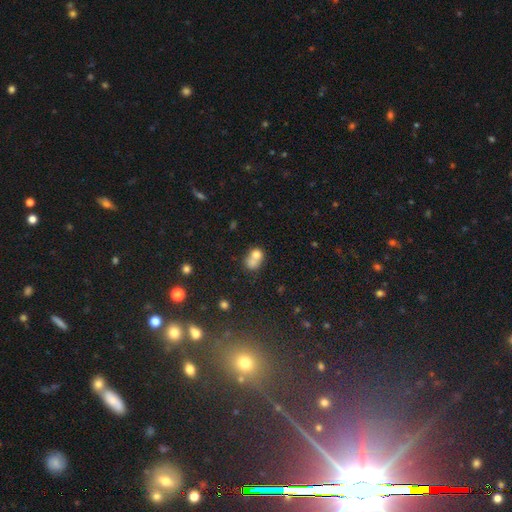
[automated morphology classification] smooth_or_featured: smooth (p=0.70) [alt: featured or disk p=0.19]
how_rounded: round (p=0.59) [alt: in between p=0.40]
merging: merger (p=0.65) [alt: none p=0.23]